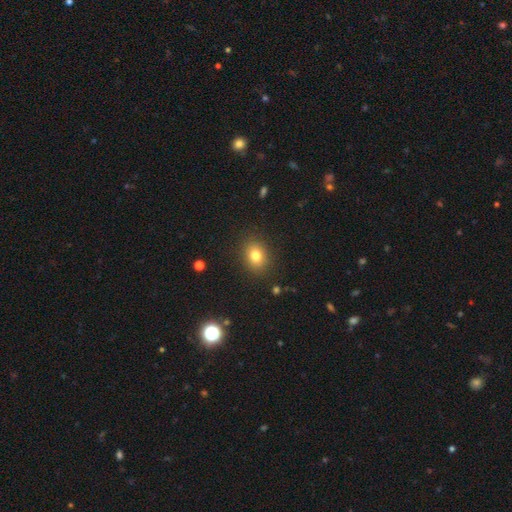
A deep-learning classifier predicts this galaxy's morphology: Smooth or featured?
  - smooth: 79% *
  - star or artifact: 12%
  - featured or disk: 8%
How rounded?
  - in between: 52% *
  - round: 47%
  - cigar-shaped: 1%
Merging?
  - none: 88% *
  - minor disturbance: 8%
  - major disturbance: 3%
  - merger: 1%